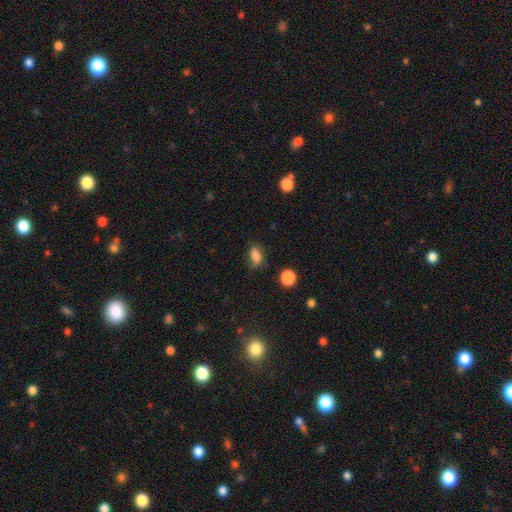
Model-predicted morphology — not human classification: smooth-or-featured: smooth: 80% | star or artifact: 12% | featured or disk: 8%
  how-rounded: in between: 82% | round: 15% | cigar-shaped: 4%
  merging: none: 60% | minor disturbance: 28% | major disturbance: 9% | merger: 3%